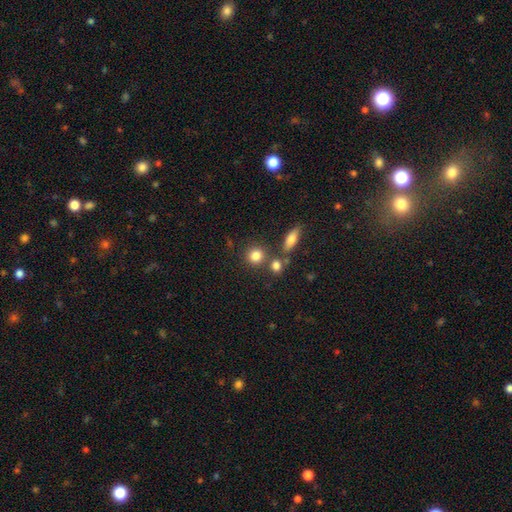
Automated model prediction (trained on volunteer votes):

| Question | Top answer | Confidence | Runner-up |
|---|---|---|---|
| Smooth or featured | smooth | 81% | star or artifact (11%) |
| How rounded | round | 85% | in between (13%) |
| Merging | none | 70% | merger (17%) |